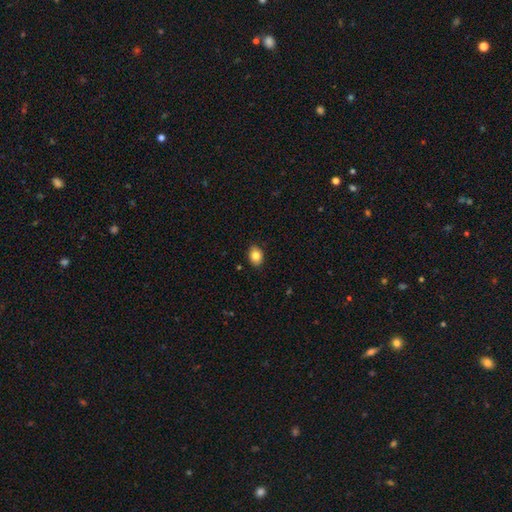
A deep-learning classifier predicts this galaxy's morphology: smooth 84%, featured or disk 8%, star or artifact 8%. Down the decision tree: how rounded — in between (73%); merging — none (88%).